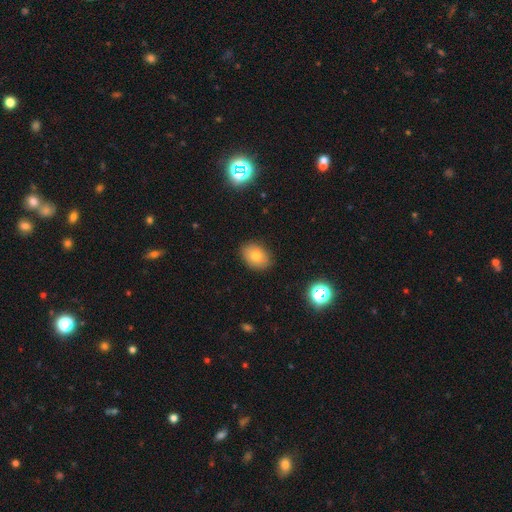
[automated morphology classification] A smooth galaxy with no disk features (77%) that is in between round and cigar-shaped (75%). Merging: none (86%).